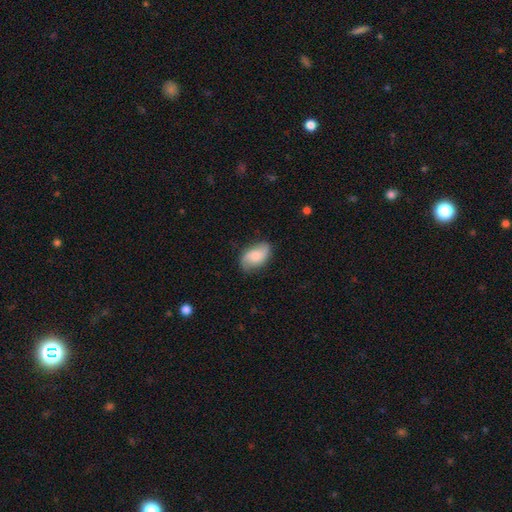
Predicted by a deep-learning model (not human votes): smooth_or_featured: smooth (p=0.52) [alt: featured or disk p=0.40]
how_rounded: in between (p=0.91) [alt: round p=0.07]
merging: none (p=0.75) [alt: minor disturbance p=0.19]